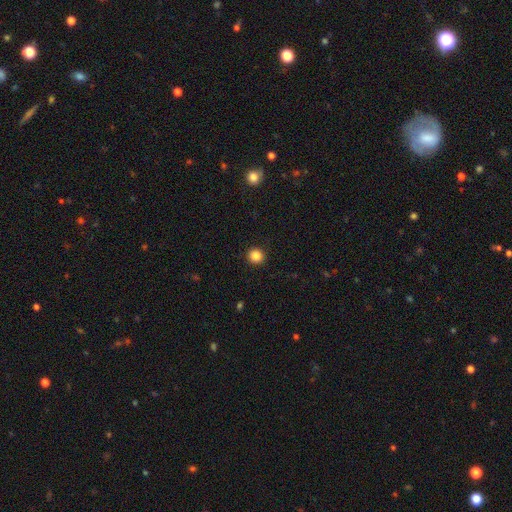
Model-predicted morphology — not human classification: A smooth galaxy with no disk features (86%) that is round (93%).

Vote fractions:
- Smooth or featured? smooth: 86% / star or artifact: 11% / featured or disk: 3%
- How rounded? round: 93% / in between: 6% / cigar-shaped: 1%
- Merging? none: 93% / minor disturbance: 5% / major disturbance: 2% / merger: 1%